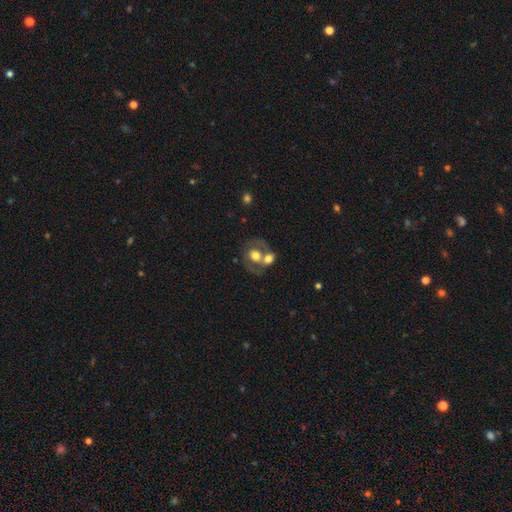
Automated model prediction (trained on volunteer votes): smooth_or_featured: featured or disk (p=0.48) [alt: smooth p=0.44]
merging: merger (p=0.46) [alt: none p=0.36]